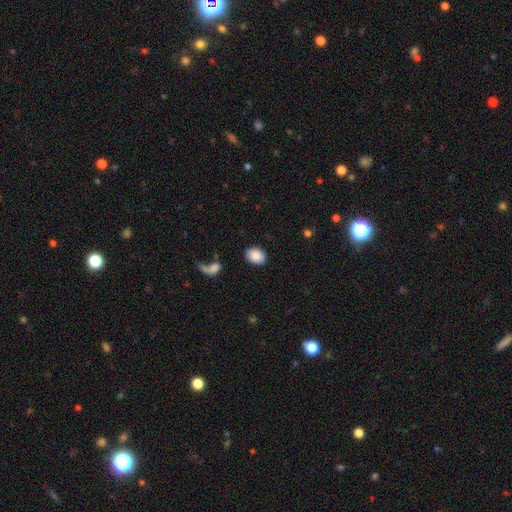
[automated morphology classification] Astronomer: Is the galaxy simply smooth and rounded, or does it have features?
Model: smooth — 87%.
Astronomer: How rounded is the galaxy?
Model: in between — 69%.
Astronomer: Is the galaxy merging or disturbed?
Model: none — 85%.